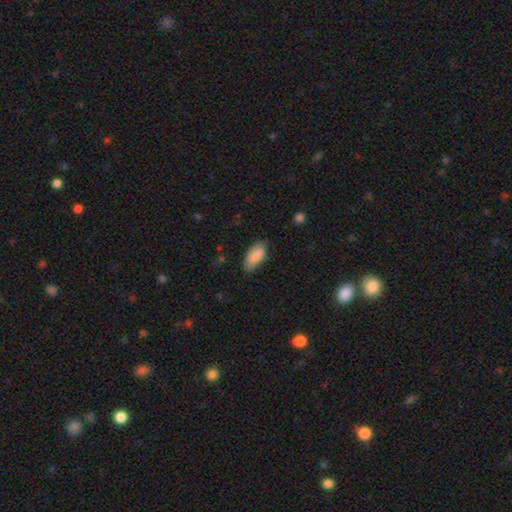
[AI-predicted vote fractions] Q: Smooth or featured?
A: smooth (87%); runner-up: featured or disk (7%)
Q: How rounded?
A: in between (89%); runner-up: cigar-shaped (9%)
Q: Merging?
A: none (76%); runner-up: minor disturbance (19%)